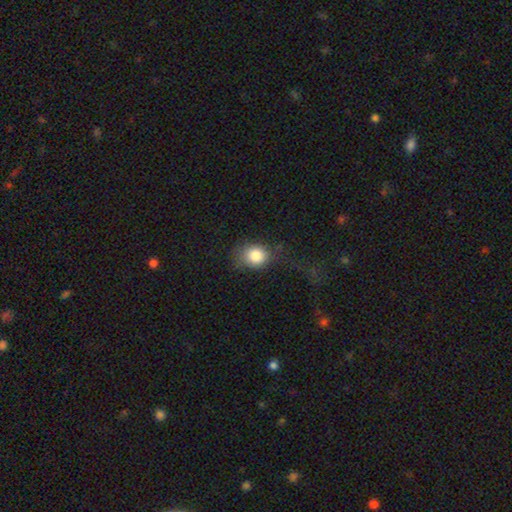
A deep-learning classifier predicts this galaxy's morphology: Q: Smooth or featured?
A: smooth (83%); runner-up: star or artifact (9%)
Q: How rounded?
A: round (65%); runner-up: in between (34%)
Q: Merging?
A: none (56%); runner-up: minor disturbance (24%)